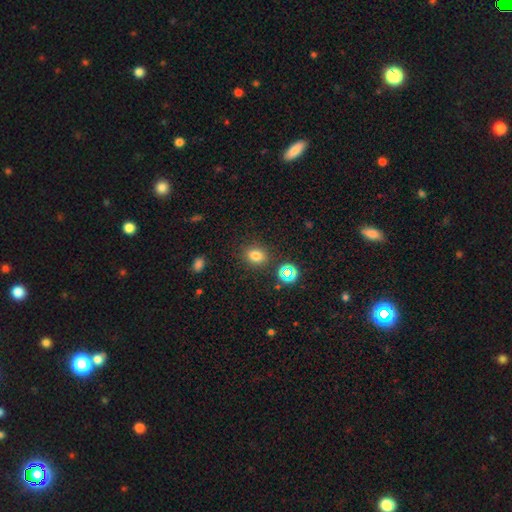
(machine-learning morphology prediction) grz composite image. It shows a smooth galaxy with no disk features (76%) that is in between round and cigar-shaped (50%). Merging: none (83%).